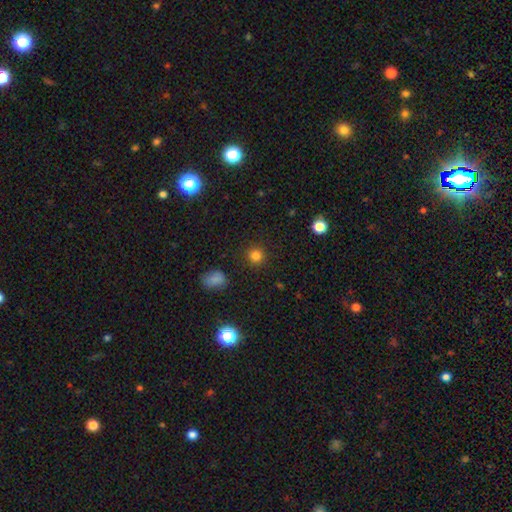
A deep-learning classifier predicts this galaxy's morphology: The model was most divided on "smooth or featured": smooth: 81%, star or artifact: 15%, featured or disk: 5%. More confident: how rounded — round (92%); merging — none (89%).